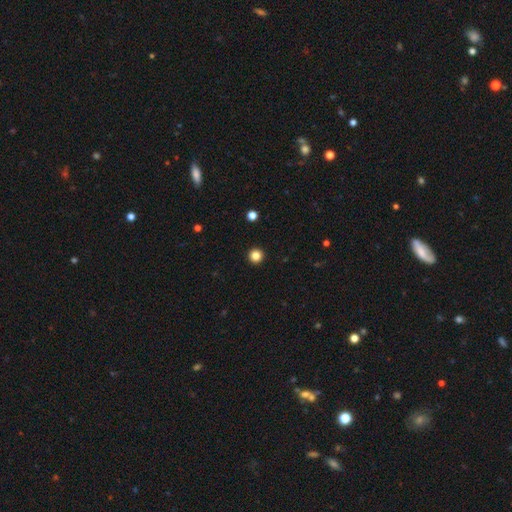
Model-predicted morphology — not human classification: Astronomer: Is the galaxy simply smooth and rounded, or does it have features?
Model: smooth — 85%.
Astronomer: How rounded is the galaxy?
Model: round — 97%.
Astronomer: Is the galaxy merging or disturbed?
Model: none — 94%.